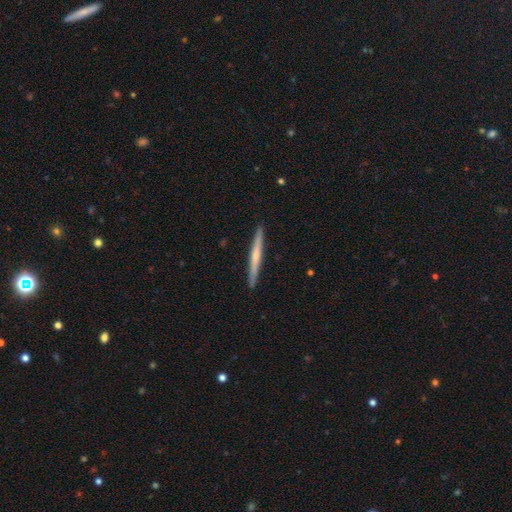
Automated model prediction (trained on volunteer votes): smooth-or-featured: featured or disk: 57% | smooth: 38% | star or artifact: 5%
  disk-edge-on: yes: 97% | no: 3%
    edge-on-bulge: rounded: 57% | none: 39% | boxy: 4%
  merging: none: 92% | minor disturbance: 6% | major disturbance: 1% | merger: 1%